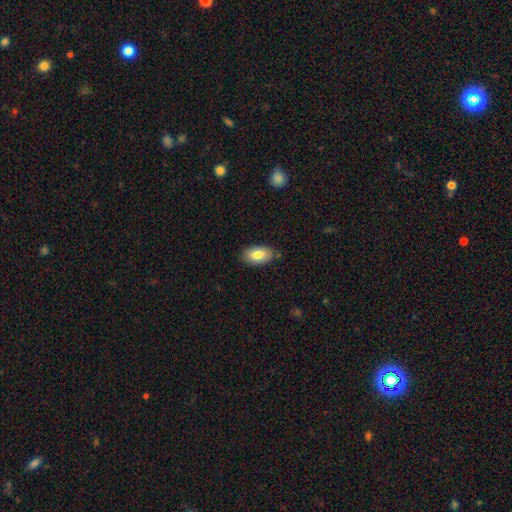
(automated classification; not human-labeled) Smooth or featured: smooth — 82% (featured or disk — 11%)
How rounded: in between — 94% (round — 4%)
Merging: none — 85% (minor disturbance — 12%)